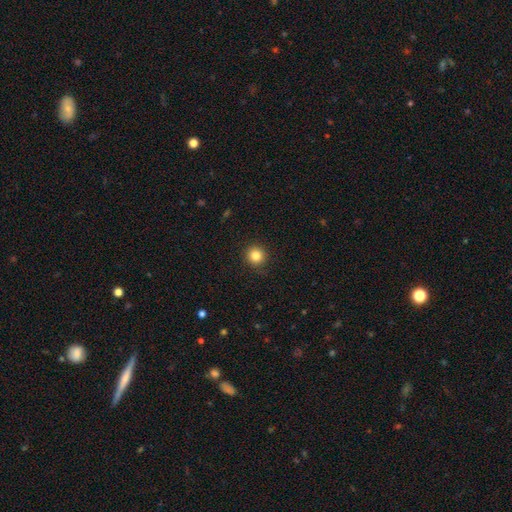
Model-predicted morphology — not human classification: Smooth or featured: smooth — 84% (star or artifact — 11%)
How rounded: round — 94% (in between — 5%)
Merging: none — 90% (minor disturbance — 7%)